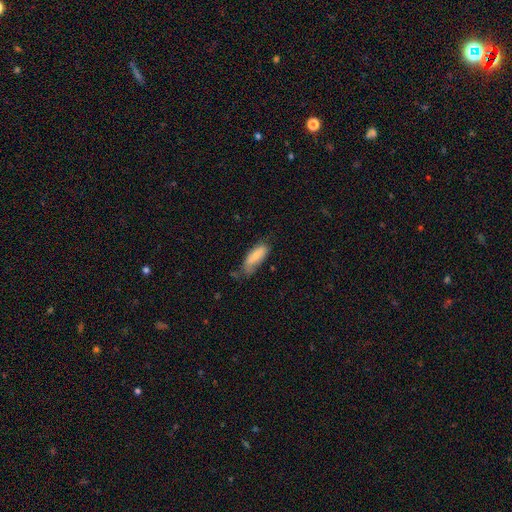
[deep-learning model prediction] Smooth or featured: smooth — 72% (featured or disk — 21%)
How rounded: in between — 75% (cigar-shaped — 23%)
Merging: none — 44% (minor disturbance — 38%)